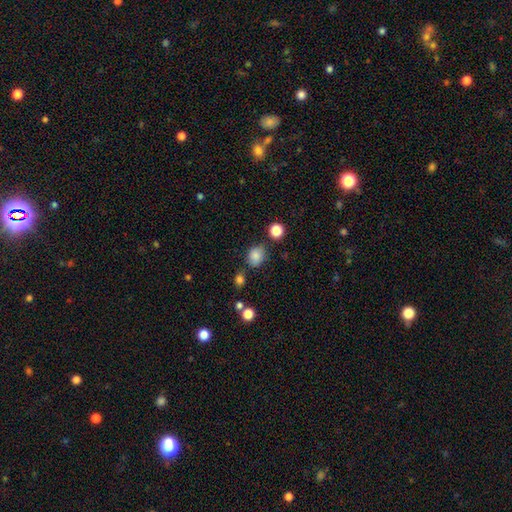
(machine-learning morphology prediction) smooth_or_featured: smooth (p=0.84) [alt: star or artifact p=0.11]
how_rounded: round (p=0.53) [alt: in between p=0.46]
merging: none (p=0.74) [alt: minor disturbance p=0.16]